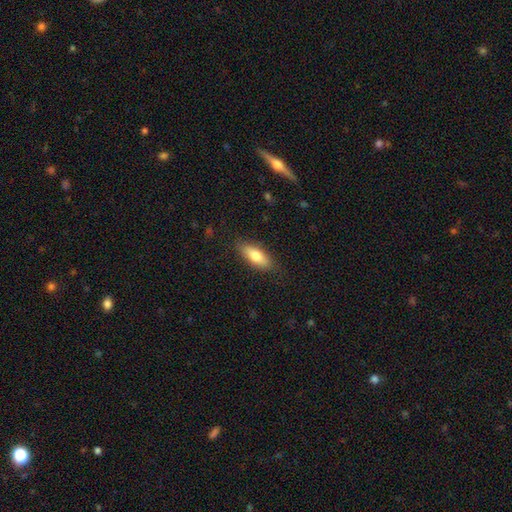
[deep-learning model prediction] smooth 73%, featured or disk 21%, star or artifact 6%. Down the decision tree: how rounded — in between (68%); merging — none (85%).